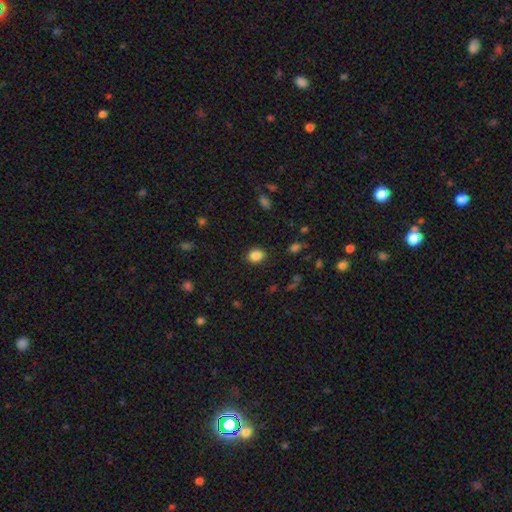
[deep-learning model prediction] Smooth or featured: smooth — 86% (star or artifact — 10%)
How rounded: round — 65% (in between — 34%)
Merging: none — 87% (minor disturbance — 9%)